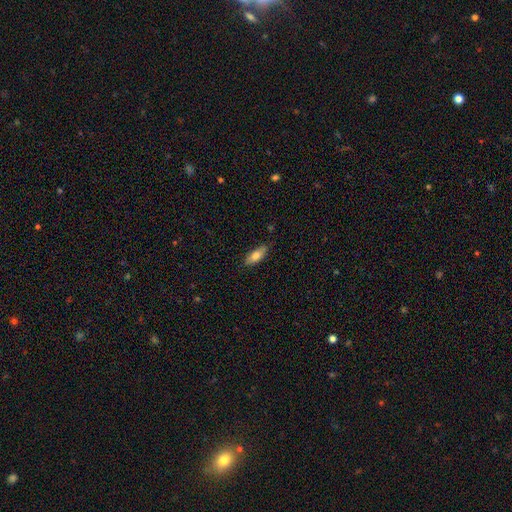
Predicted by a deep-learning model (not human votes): This is likely a smooth galaxy (72%). How rounded: likely in between (72%). Merging: clearly none (83%).